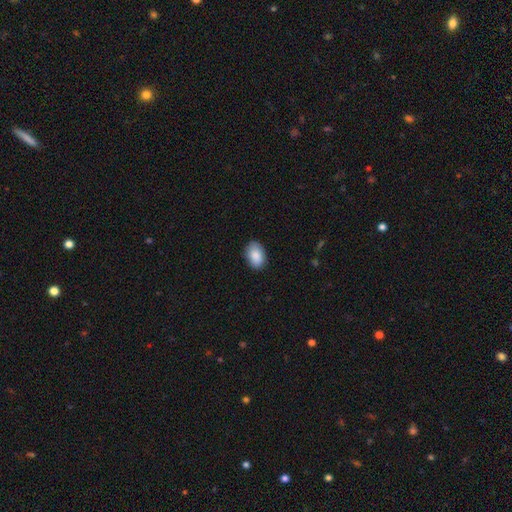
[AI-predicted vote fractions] Overall: smooth (88%). How rounded: in between (86%). Merging: none (85%).